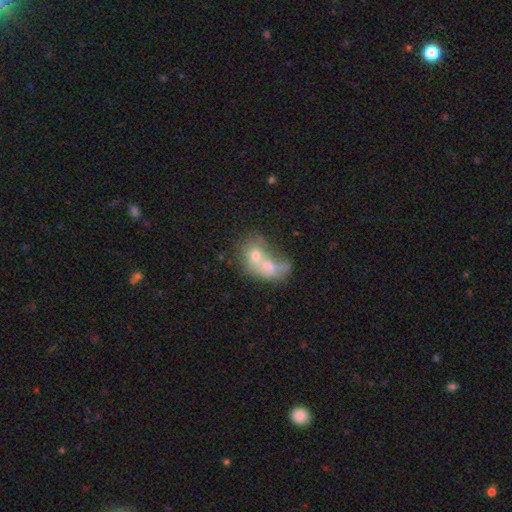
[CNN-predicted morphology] type=smooth (59%); roundness=in between (60%); merging=merger (76%).